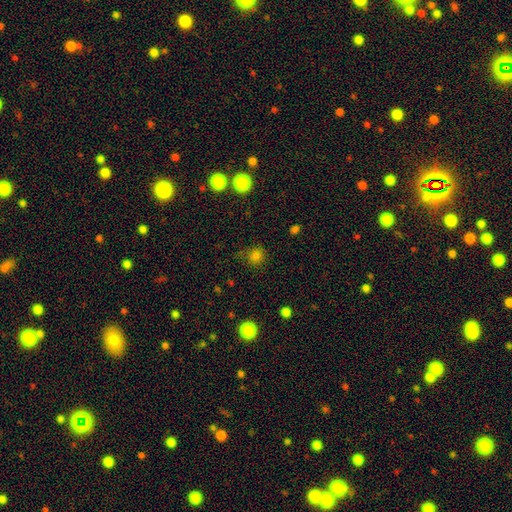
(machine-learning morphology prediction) This is likely a smooth galaxy (78%). How rounded: clearly round (89%). Merging: likely none (76%).